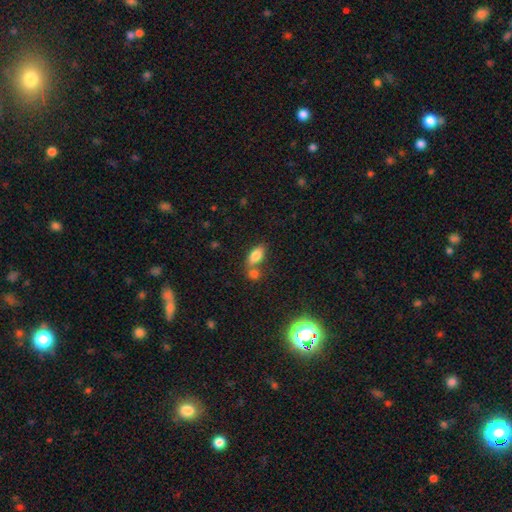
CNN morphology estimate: Q: Smooth or featured?
A: smooth (79%); runner-up: featured or disk (12%)
Q: How rounded?
A: in between (84%); runner-up: cigar-shaped (11%)
Q: Merging?
A: none (48%); runner-up: merger (36%)